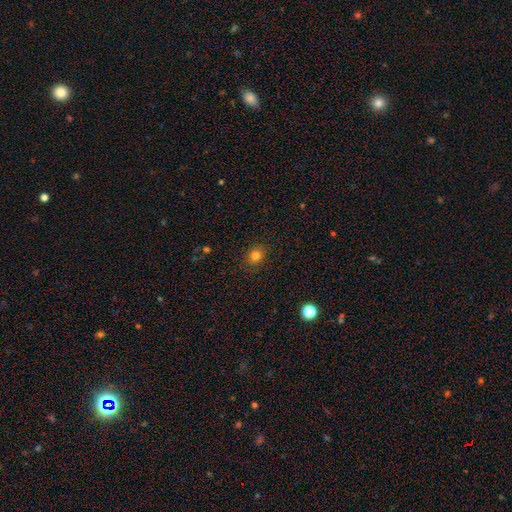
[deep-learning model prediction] smooth 80%, star or artifact 14%, featured or disk 6%. Down the decision tree: how rounded — round (72%); merging — none (89%).